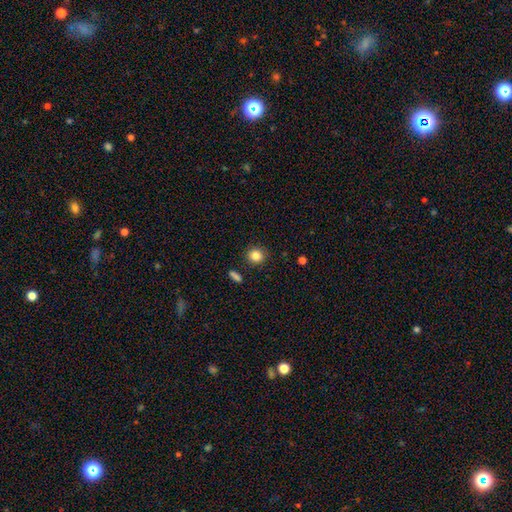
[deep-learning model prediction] Q: Smooth or featured?
A: smooth (85%); runner-up: star or artifact (10%)
Q: How rounded?
A: round (87%); runner-up: in between (12%)
Q: Merging?
A: none (87%); runner-up: minor disturbance (8%)